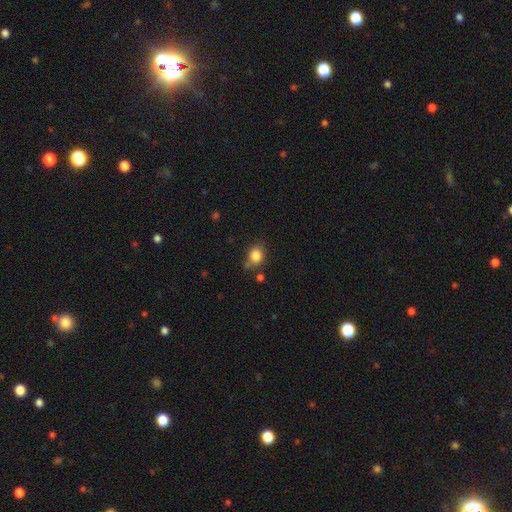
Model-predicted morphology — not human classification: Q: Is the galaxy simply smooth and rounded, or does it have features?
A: smooth — 84%.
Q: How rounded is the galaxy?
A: round — 58%.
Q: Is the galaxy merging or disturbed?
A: none — 67%.